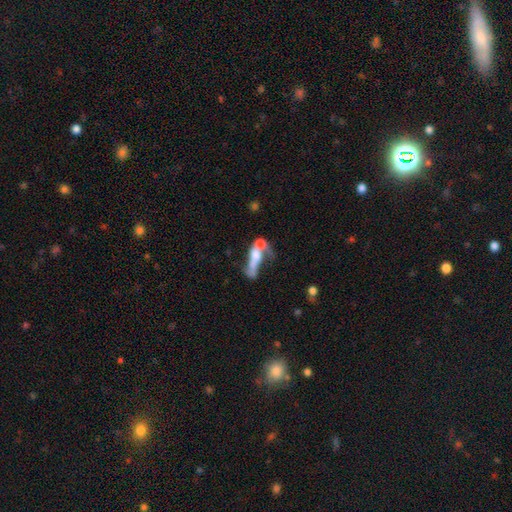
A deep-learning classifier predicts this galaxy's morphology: Smooth or featured: featured or disk — 47% (smooth — 42%)
Merging: merger — 56% (major disturbance — 22%)